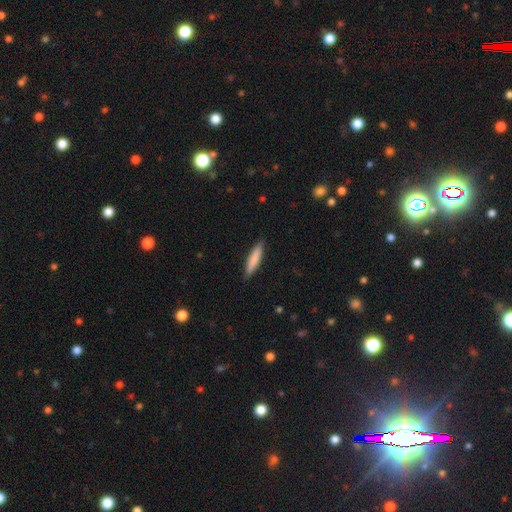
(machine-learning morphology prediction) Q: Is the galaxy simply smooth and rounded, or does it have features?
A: smooth — 79%.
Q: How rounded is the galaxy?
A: cigar-shaped — 89%.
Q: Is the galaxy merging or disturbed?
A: none — 90%.